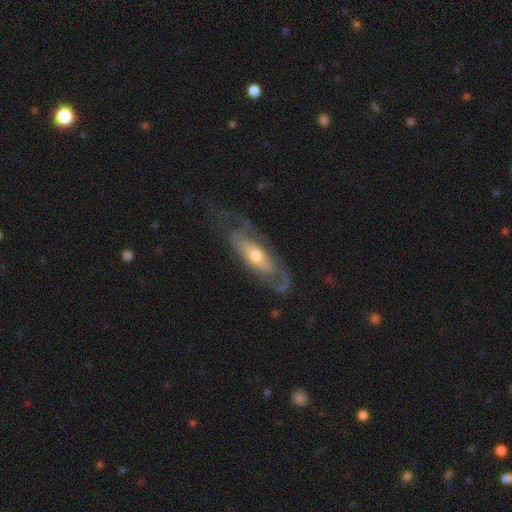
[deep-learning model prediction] The model was most divided on "merging": none: 50%, major disturbance: 25%, minor disturbance: 22%, merger: 2%. More confident: edge-on disk — no (78%); spiral arms — yes (74%); smooth or featured — featured or disk (70%); bar — no (66%); bulge size — moderate (66%).